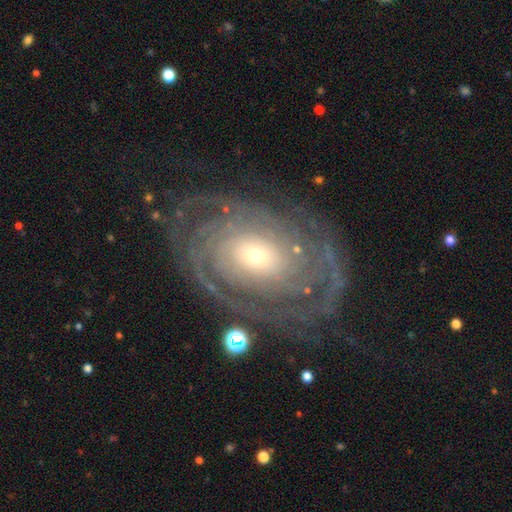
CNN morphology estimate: smooth-or-featured: featured or disk: 89% | smooth: 5% | star or artifact: 5%
  disk-edge-on: no: 96% | yes: 4%
    bar: no: 76% | weak: 16% | strong: 8%
    has-spiral-arms: yes: 97% | no: 3%
      spiral-winding: tight: 76% | medium: 19% | loose: 5%
      spiral-arm-count: can't tell: 27% | 2: 20% | 3: 16% | 4: 16% | more than 4: 14% | 1: 7%
    bulge-size: small: 64% | moderate: 29% | large: 5% | dominant: 1% | none: 1%
  merging: none: 73% | minor disturbance: 15% | major disturbance: 10% | merger: 2%